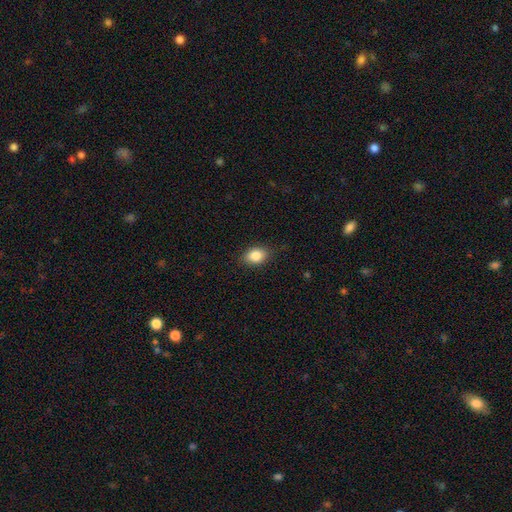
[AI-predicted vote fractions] A smooth galaxy with no disk features (85%) that is in between round and cigar-shaped (75%).

Vote fractions:
- Smooth or featured? smooth: 85% / star or artifact: 9% / featured or disk: 6%
- How rounded? in between: 75% / round: 24% / cigar-shaped: 1%
- Merging? none: 85% / minor disturbance: 12% / major disturbance: 3% / merger: 1%